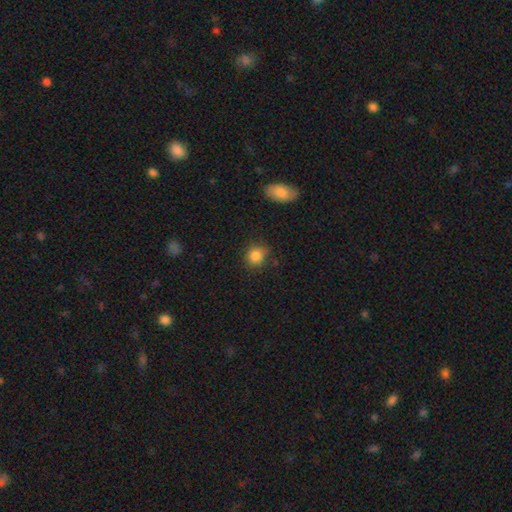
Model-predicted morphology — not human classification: A smooth galaxy with no disk features (85%) that is round (81%). Merging: none (74%).